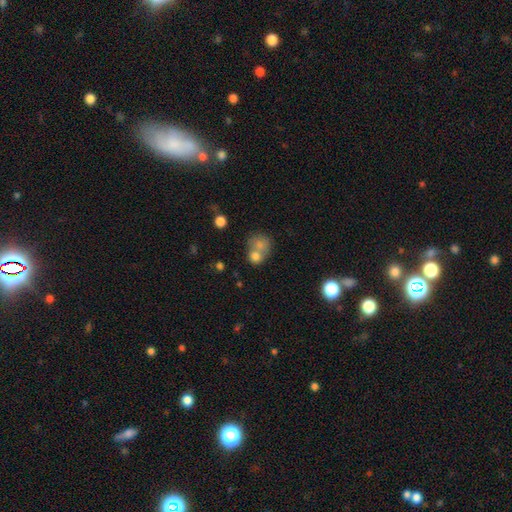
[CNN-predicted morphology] A smooth galaxy with no disk features (73%) that is round (67%). Merging: merger (61%).